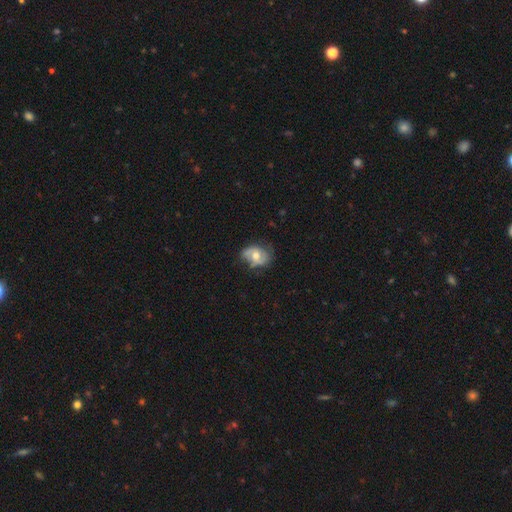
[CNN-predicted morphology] Smooth or featured: featured or disk — 51% (smooth — 41%)
Edge-on disk: no — 96% (yes — 4%)
Merging: none — 59% (minor disturbance — 28%)